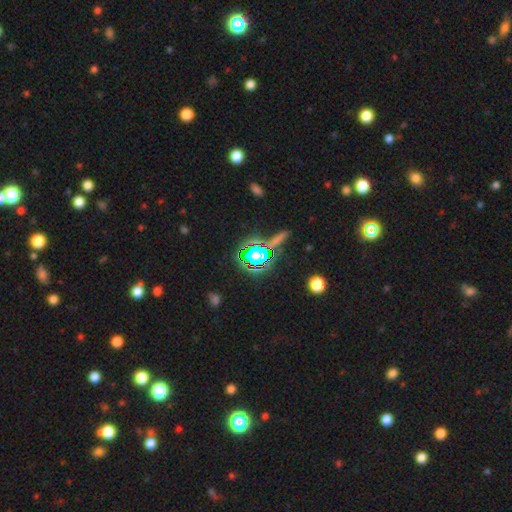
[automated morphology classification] This is likely a star or artifact rather than a galaxy (76%).